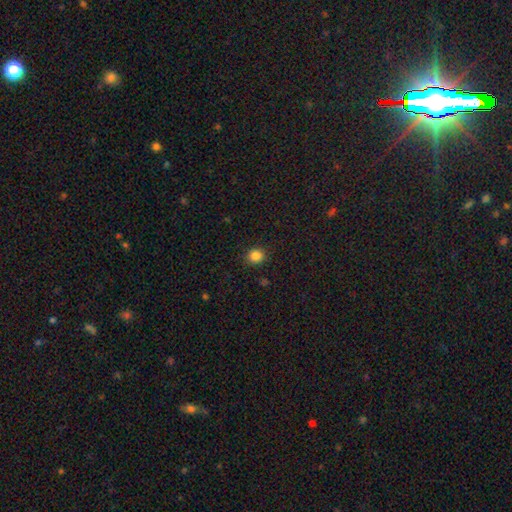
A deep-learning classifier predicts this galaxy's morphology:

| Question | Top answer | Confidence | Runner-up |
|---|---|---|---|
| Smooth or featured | smooth | 85% | star or artifact (11%) |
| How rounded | round | 86% | in between (13%) |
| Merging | none | 91% | minor disturbance (6%) |